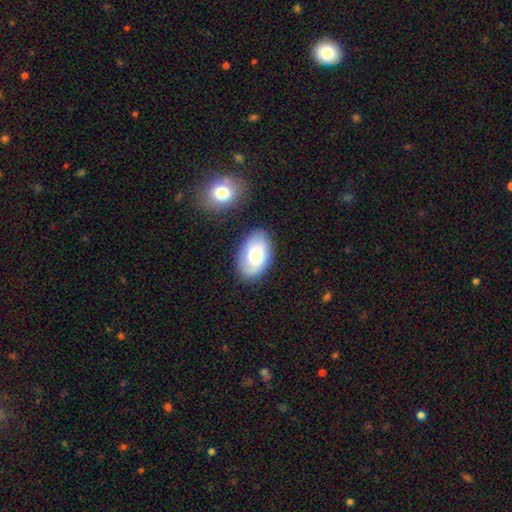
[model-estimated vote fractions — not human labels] The model was most divided on "smooth or featured": smooth: 70%, featured or disk: 22%, star or artifact: 8%. More confident: how rounded — in between (91%); merging — none (81%).